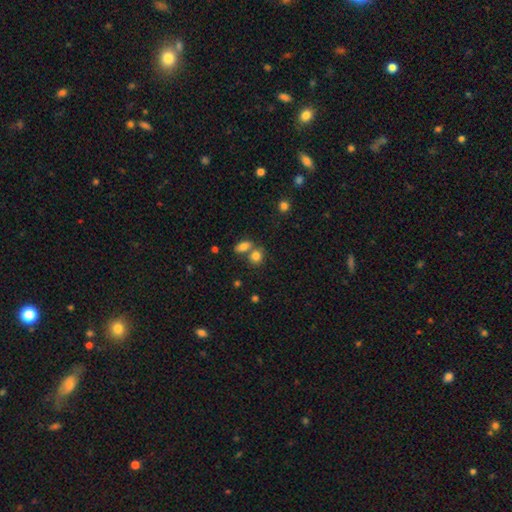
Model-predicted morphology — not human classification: A smooth galaxy with no disk features (82%) that is round (54%).

Vote fractions:
- Smooth or featured? smooth: 82% / star or artifact: 10% / featured or disk: 8%
- How rounded? round: 54% / in between: 44% / cigar-shaped: 2%
- Merging? none: 46% / merger: 40% / minor disturbance: 10% / major disturbance: 4%